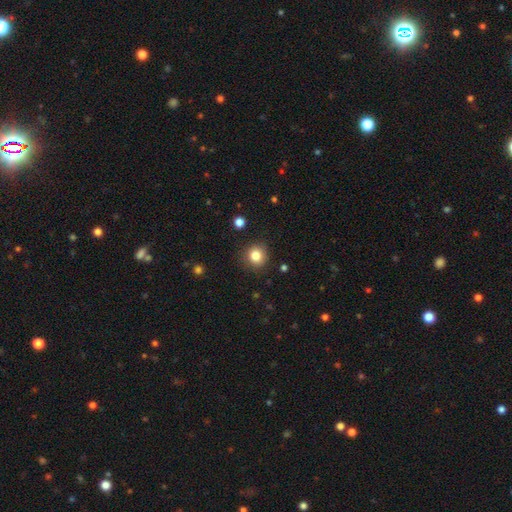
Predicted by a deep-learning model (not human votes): A smooth galaxy with no disk features (83%) that is round (89%).

Vote fractions:
- Smooth or featured? smooth: 83% / star or artifact: 11% / featured or disk: 6%
- How rounded? round: 89% / in between: 10% / cigar-shaped: 1%
- Merging? none: 88% / minor disturbance: 8% / major disturbance: 2% / merger: 1%